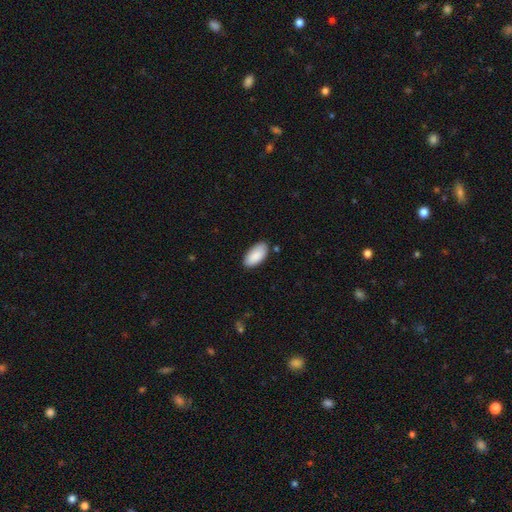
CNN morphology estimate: Smooth or featured: smooth — 89% (star or artifact — 6%)
How rounded: in between — 94% (cigar-shaped — 4%)
Merging: none — 82% (minor disturbance — 14%)